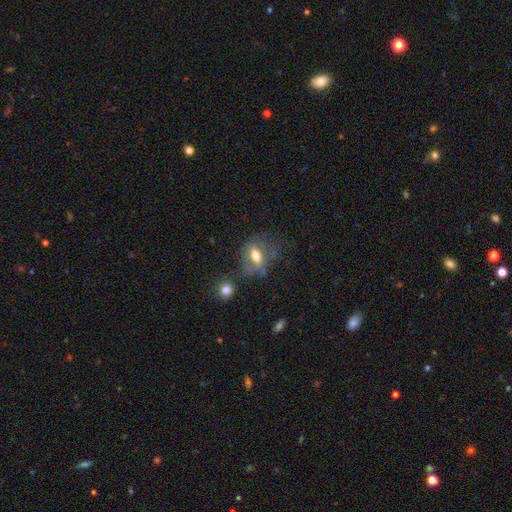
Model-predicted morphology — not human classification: Smooth or featured?
  - smooth: 45% * (tied)
  - featured or disk: 45% * (tied)
  - star or artifact: 11%
Merging?
  - none: 49% *
  - minor disturbance: 23%
  - major disturbance: 21%
  - merger: 7%